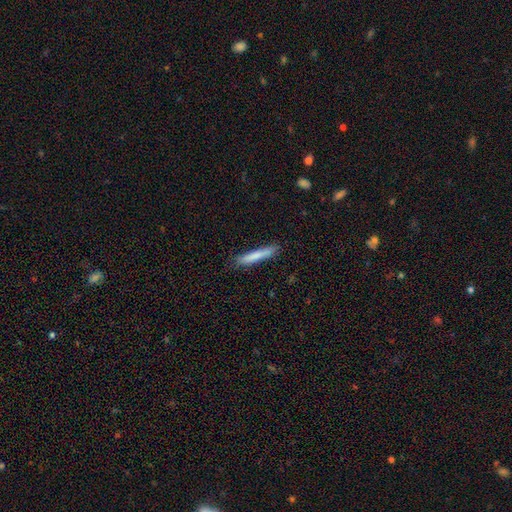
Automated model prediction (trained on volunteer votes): The model was most divided on "smooth or featured": smooth: 77%, featured or disk: 17%, star or artifact: 6%. More confident: how rounded — cigar-shaped (94%); merging — none (82%).